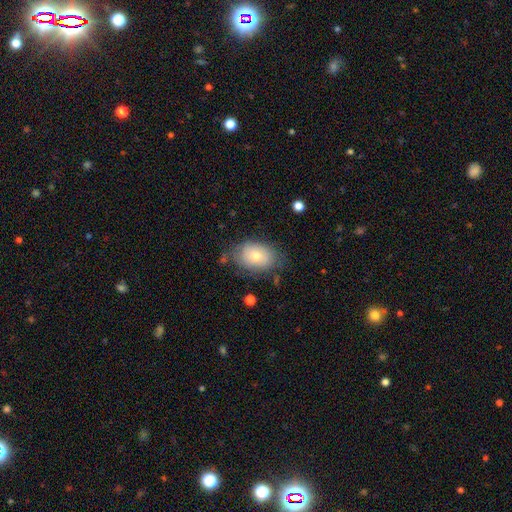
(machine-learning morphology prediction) Smooth or featured?
  - smooth: 69% *
  - featured or disk: 23%
  - star or artifact: 7%
How rounded?
  - in between: 80% *
  - round: 19%
  - cigar-shaped: 1%
Merging?
  - none: 65% *
  - minor disturbance: 24%
  - major disturbance: 8%
  - merger: 3%